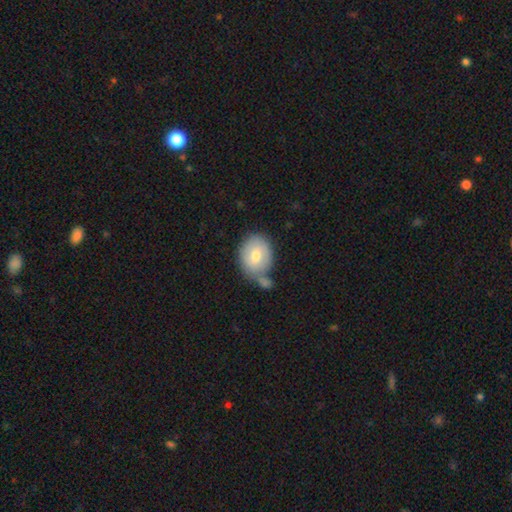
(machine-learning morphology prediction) smooth_or_featured: smooth (p=0.70) [alt: featured or disk p=0.23]
how_rounded: round (p=0.58) [alt: in between p=0.41]
merging: none (p=0.52) [alt: merger p=0.25]